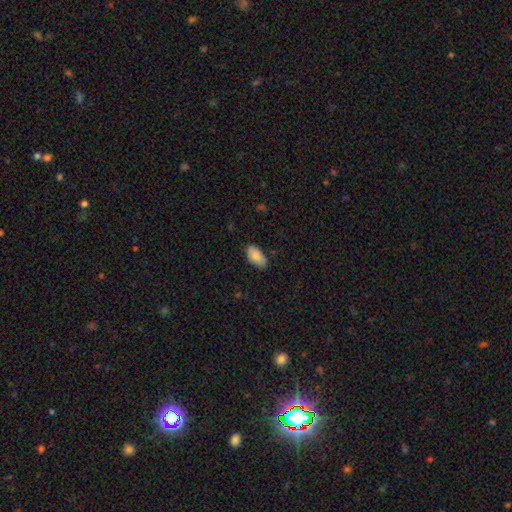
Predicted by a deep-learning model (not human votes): smooth_or_featured: smooth (p=0.87) [alt: star or artifact p=0.07]
how_rounded: in between (p=0.95) [alt: round p=0.03]
merging: none (p=0.81) [alt: minor disturbance p=0.15]